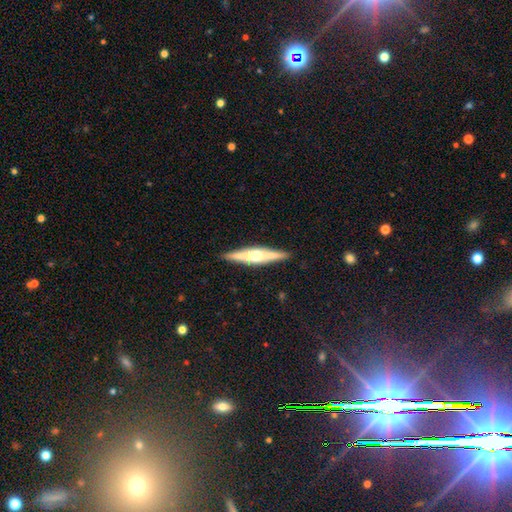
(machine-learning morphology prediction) featured or disk 72%, smooth 22%, star or artifact 6%. Down the decision tree: edge-on disk — yes (96%); edge-on bulge — rounded (88%); merging — none (89%).